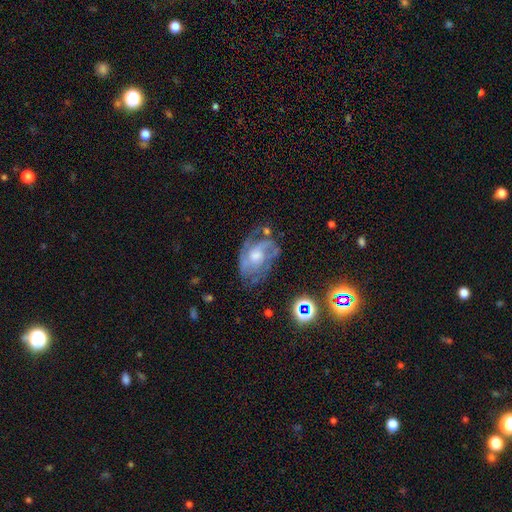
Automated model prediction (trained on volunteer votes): featured or disk 82%, smooth 11%, star or artifact 7%. Down the decision tree: edge-on disk — no (97%); bar — no (67%); spiral arms — yes (91%); spiral arm count — 2 (43%); spiral winding — medium (45%); bulge size — moderate (55%); merging — none (56%).